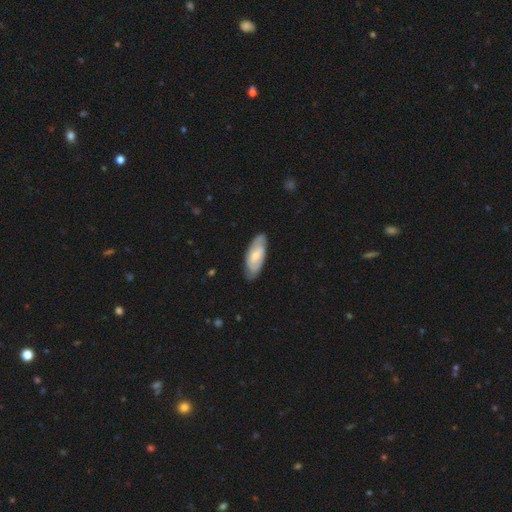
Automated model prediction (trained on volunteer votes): featured or disk 57%, smooth 38%, star or artifact 5%. Down the decision tree: edge-on disk — no (88%); bar — no (51%); spiral arms — yes (77%); bulge size — small (53%); merging — none (78%).